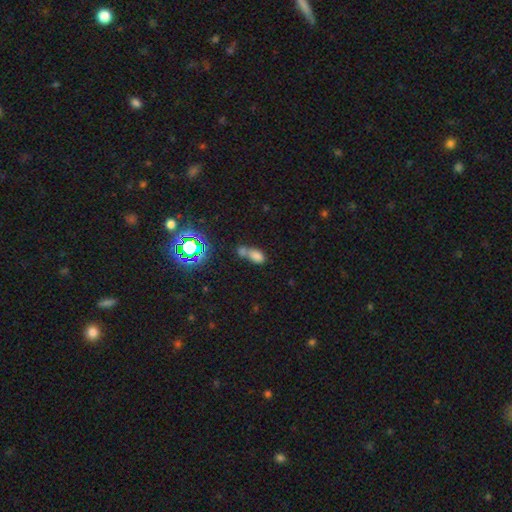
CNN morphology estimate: This is likely a smooth galaxy (72%). How rounded: clearly in between (84%). Merging: possibly merger (59%).